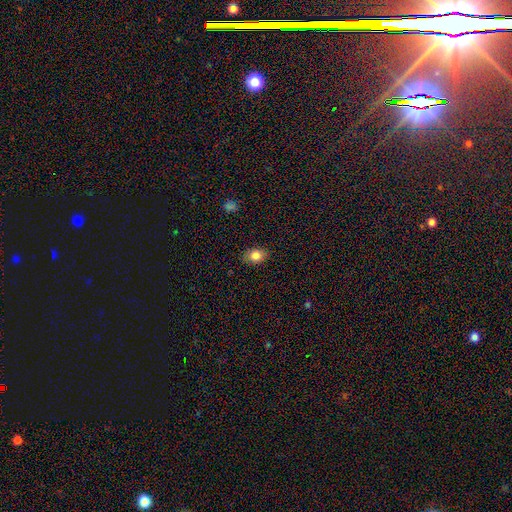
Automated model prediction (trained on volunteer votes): Q: Smooth or featured?
A: smooth (83%); runner-up: star or artifact (9%)
Q: How rounded?
A: in between (74%); runner-up: round (25%)
Q: Merging?
A: none (86%); runner-up: minor disturbance (11%)